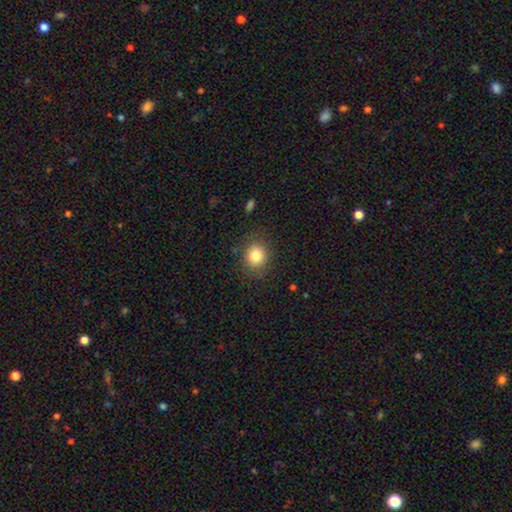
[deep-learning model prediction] Smooth or featured: smooth — 82% (star or artifact — 11%)
How rounded: round — 74% (in between — 25%)
Merging: none — 84% (minor disturbance — 11%)